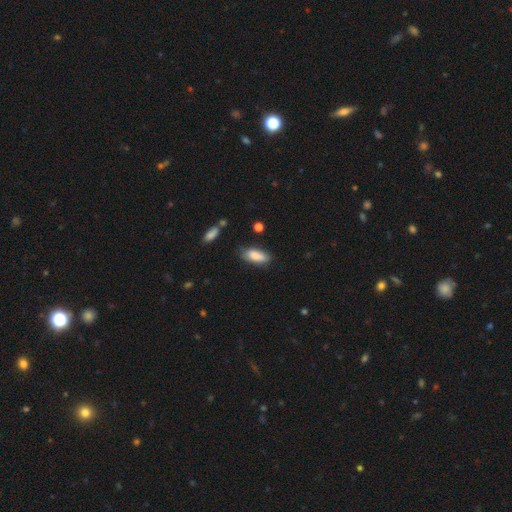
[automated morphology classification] This appears to be a smooth galaxy with no disk features (83%) that is in between round and cigar-shaped (77%). Merging: none (72%).